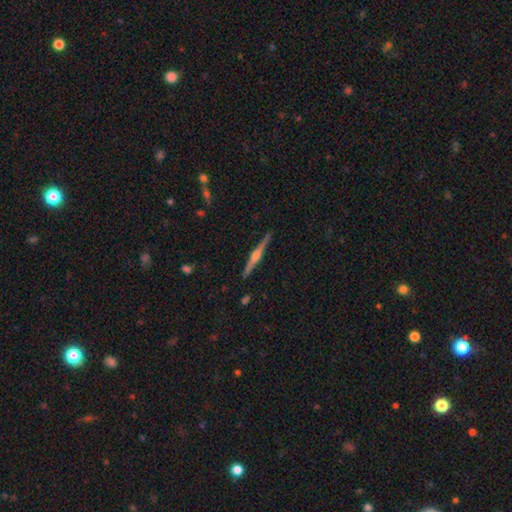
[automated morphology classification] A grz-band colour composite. It shows a featured or disk galaxy (82%) viewed edge-on (99%) with a rounded central bulge (90%). Merging: none (92%).